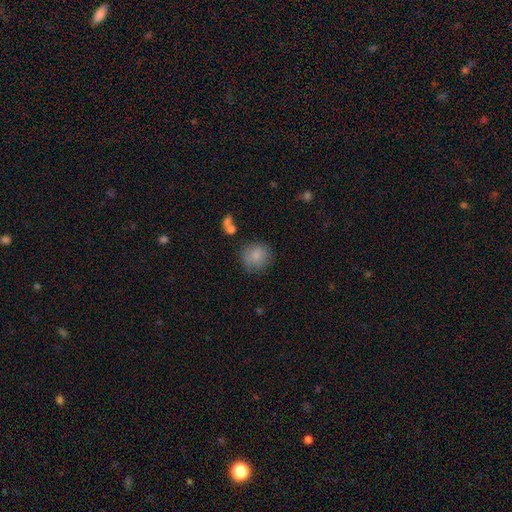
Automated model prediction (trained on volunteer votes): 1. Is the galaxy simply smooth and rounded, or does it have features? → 84% smooth, 8% star or artifact, 8% featured or disk.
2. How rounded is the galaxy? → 89% round, 10% in between, 1% cigar-shaped.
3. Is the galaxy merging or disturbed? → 75% none, 16% minor disturbance, 5% major disturbance, 4% merger.